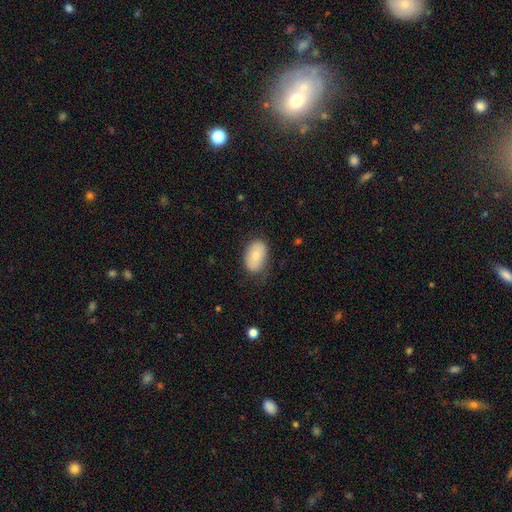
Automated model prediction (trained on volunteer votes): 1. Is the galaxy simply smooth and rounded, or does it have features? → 76% smooth, 17% featured or disk, 7% star or artifact.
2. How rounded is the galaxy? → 91% in between, 8% round, 1% cigar-shaped.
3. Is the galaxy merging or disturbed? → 70% none, 23% minor disturbance, 6% major disturbance, 1% merger.